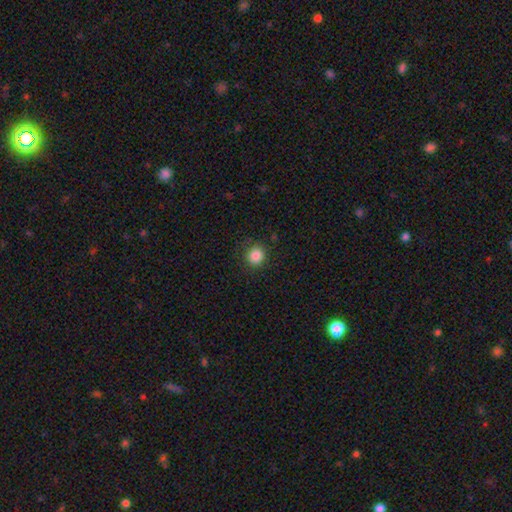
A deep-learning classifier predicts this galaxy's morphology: The model was most divided on "smooth or featured": smooth: 86%, star or artifact: 10%, featured or disk: 4%. More confident: how rounded — round (90%); merging — none (86%).